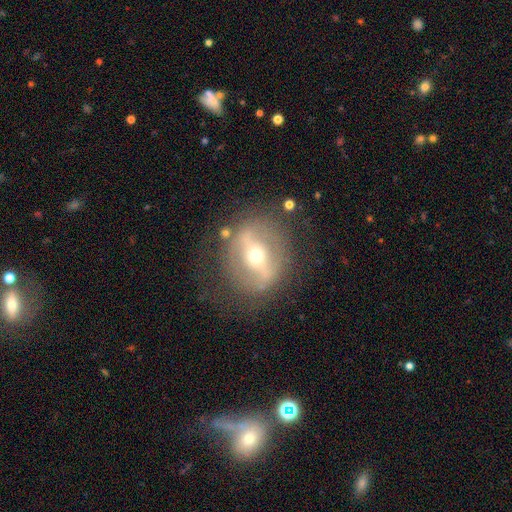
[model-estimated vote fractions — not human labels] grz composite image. It shows a featured or disk galaxy (72%) with a strong bar (64%), no spiral arms (64%) and a moderate central bulge (50%). Merging: none (73%).